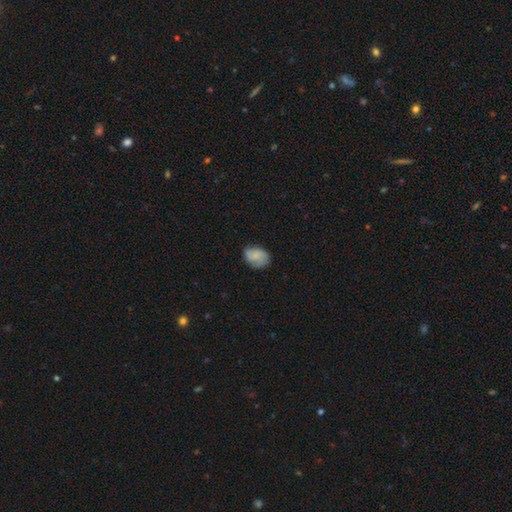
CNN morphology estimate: A smooth galaxy with no disk features (61%) that is in between round and cigar-shaped (65%).

Vote fractions:
- Smooth or featured? smooth: 61% / featured or disk: 31% / star or artifact: 8%
- How rounded? in between: 65% / round: 33% / cigar-shaped: 1%
- Merging? none: 63% / minor disturbance: 27% / major disturbance: 9% / merger: 1%